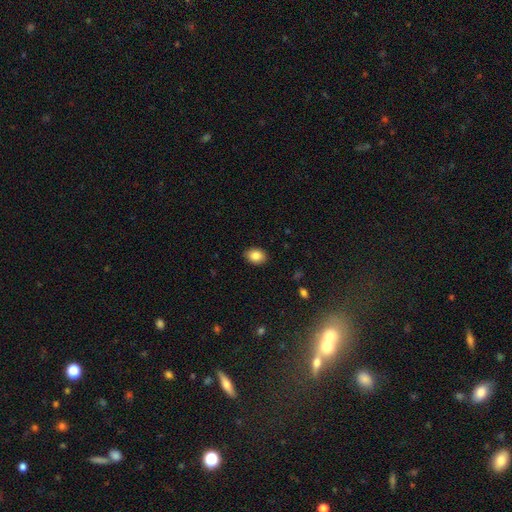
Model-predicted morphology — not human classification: A smooth galaxy with no disk features (87%) that is in between round and cigar-shaped (70%).

Vote fractions:
- Smooth or featured? smooth: 87% / star or artifact: 8% / featured or disk: 5%
- How rounded? in between: 70% / round: 29% / cigar-shaped: 1%
- Merging? none: 89% / minor disturbance: 8% / major disturbance: 2% / merger: 1%